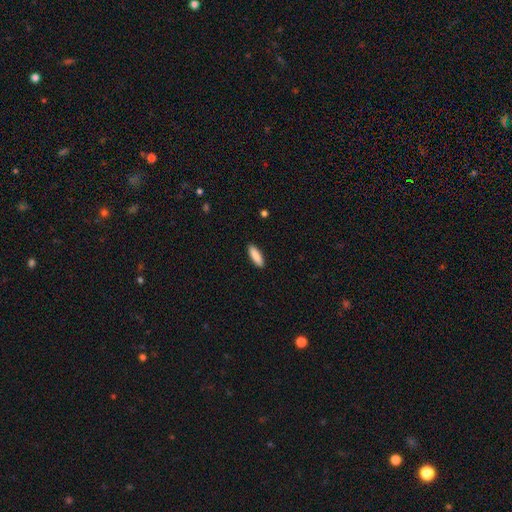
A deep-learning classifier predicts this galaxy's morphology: Smooth or featured?
  - smooth: 88% *
  - featured or disk: 7%
  - star or artifact: 6%
How rounded?
  - cigar-shaped: 50% *
  - in between: 49%
  - round: 2%
Merging?
  - none: 90% *
  - minor disturbance: 7%
  - major disturbance: 2%
  - merger: 1%